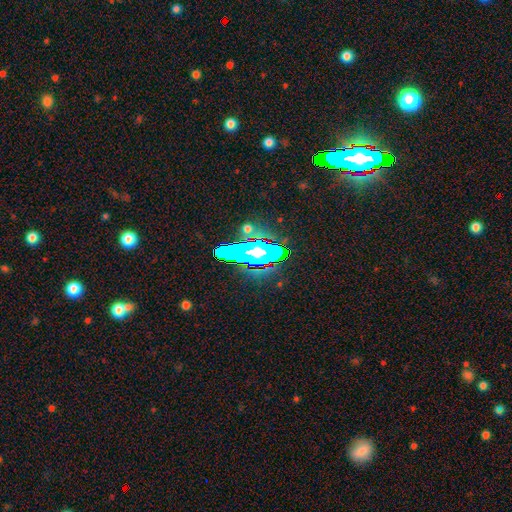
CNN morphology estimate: type=star or artifact (50%).